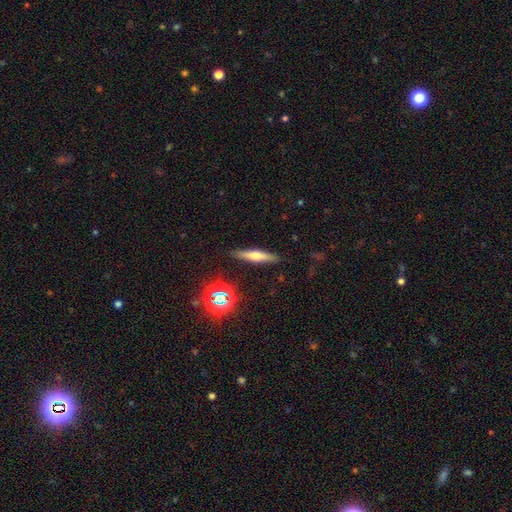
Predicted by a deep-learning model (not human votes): Smooth or featured: smooth — 46% (featured or disk — 42%)
Merging: none — 89% (minor disturbance — 8%)